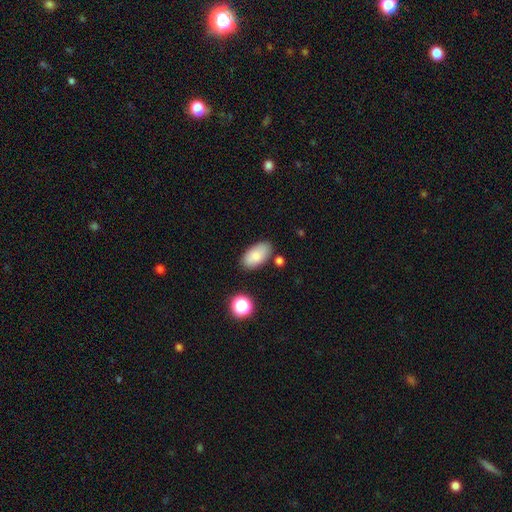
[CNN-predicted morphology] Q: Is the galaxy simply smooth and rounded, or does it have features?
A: smooth — 83%.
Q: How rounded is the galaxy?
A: in between — 94%.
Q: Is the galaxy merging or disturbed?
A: none — 81%.